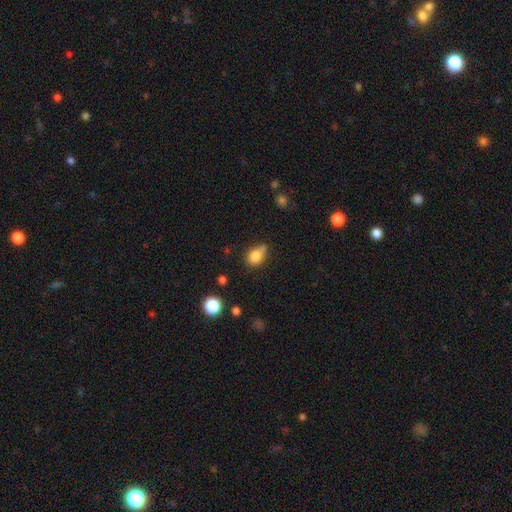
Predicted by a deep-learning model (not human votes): Q: Smooth or featured?
A: smooth (82%); runner-up: star or artifact (10%)
Q: How rounded?
A: in between (68%); runner-up: round (30%)
Q: Merging?
A: none (50%); runner-up: minor disturbance (30%)